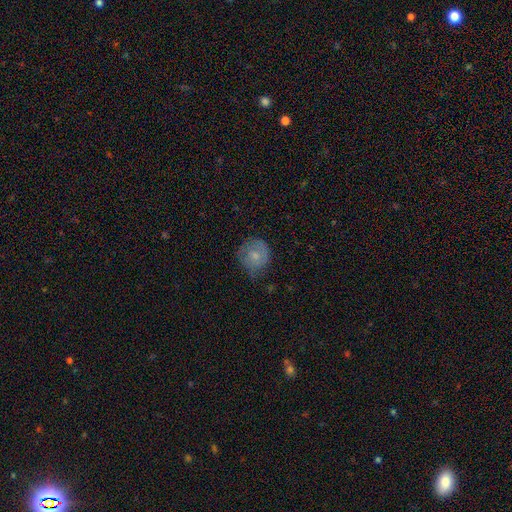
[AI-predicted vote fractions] Smooth or featured? smooth (59%)
How rounded? round (83%)
Merging? none (62%)